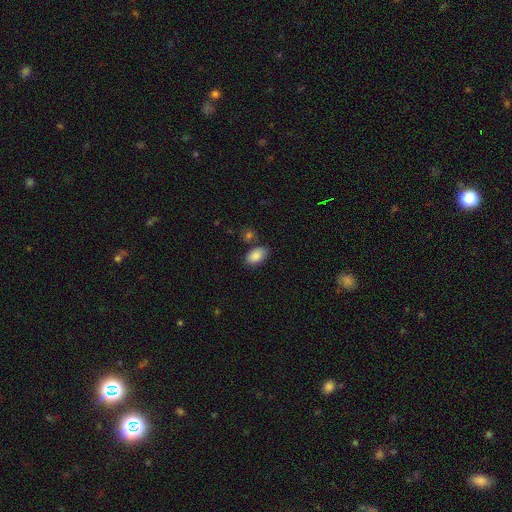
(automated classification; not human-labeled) A smooth galaxy with no disk features (87%) that is in between round and cigar-shaped (92%). Merging: none (73%).